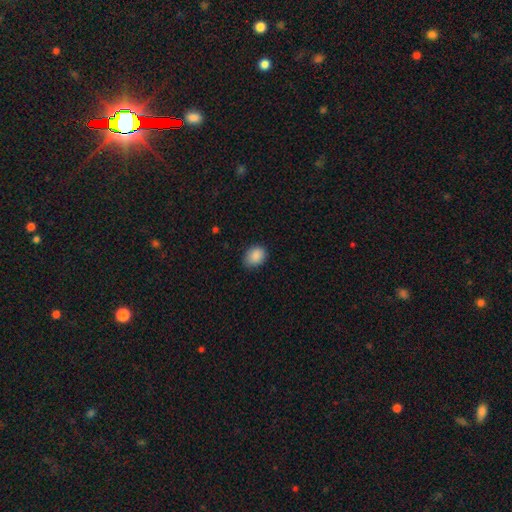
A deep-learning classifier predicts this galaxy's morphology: smooth 88%, star or artifact 8%, featured or disk 4%. Down the decision tree: how rounded — in between (64%); merging — none (76%).